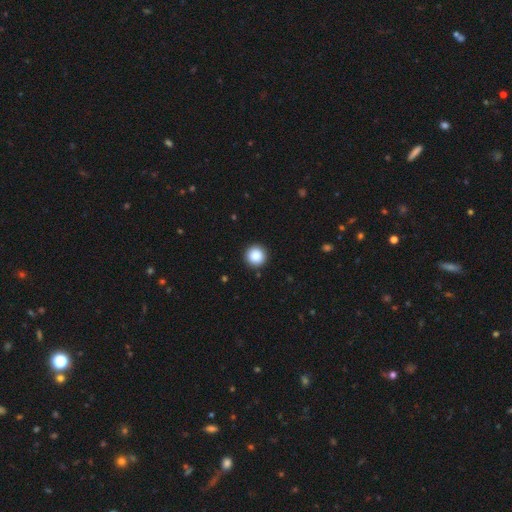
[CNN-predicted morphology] Overall: smooth (88%). How rounded: round (96%). Merging: none (92%).